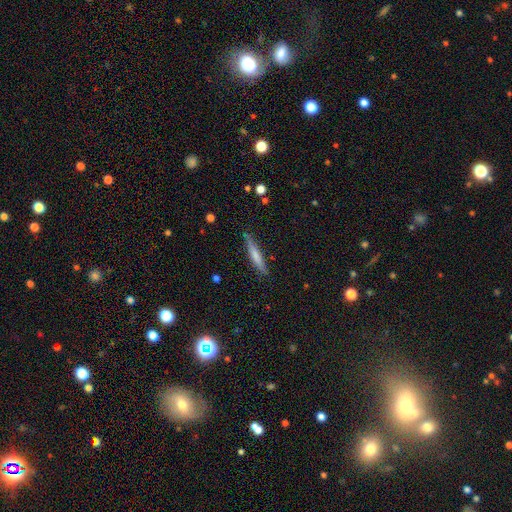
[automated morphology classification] This appears to be a smooth galaxy with no disk features (60%) that is cigar-shaped (92%). Merging: none (83%).